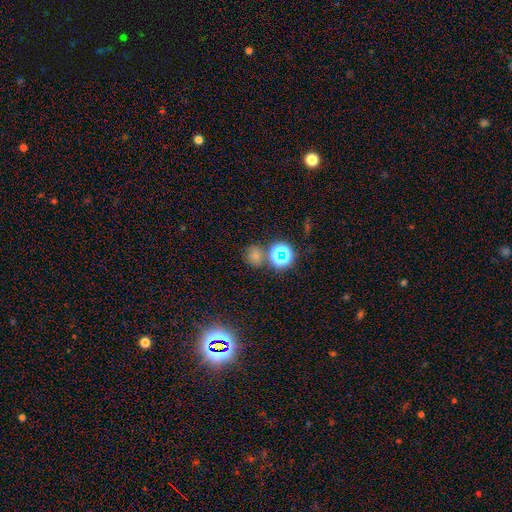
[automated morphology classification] Smooth or featured?
  - smooth: 62% *
  - star or artifact: 31%
  - featured or disk: 8%
How rounded?
  - round: 81% *
  - in between: 18%
  - cigar-shaped: 1%
Merging?
  - none: 69% *
  - merger: 15%
  - minor disturbance: 11%
  - major disturbance: 5%